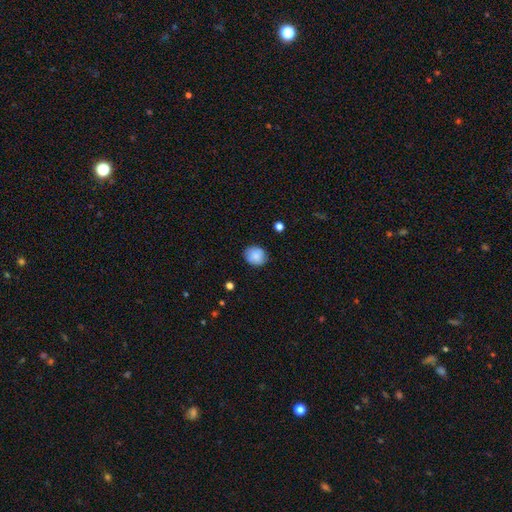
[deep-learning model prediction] smooth-or-featured: smooth: 85% | star or artifact: 8% | featured or disk: 8%
  how-rounded: round: 78% | in between: 21% | cigar-shaped: 1%
  merging: none: 84% | minor disturbance: 12% | major disturbance: 3% | merger: 1%